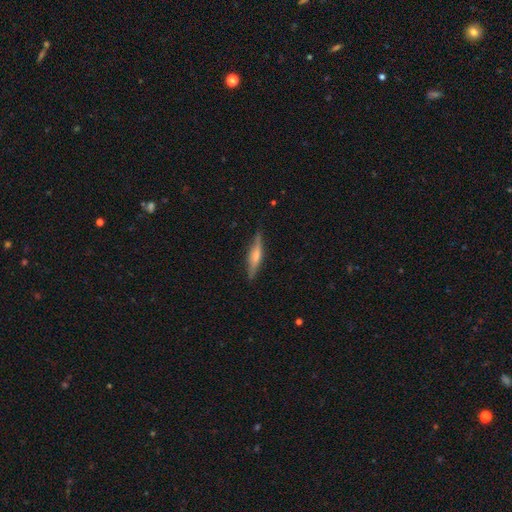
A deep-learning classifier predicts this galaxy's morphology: This is possibly a featured or disk galaxy (52%). It is clearly viewed edge-on (93%). Merging: clearly none (84%).